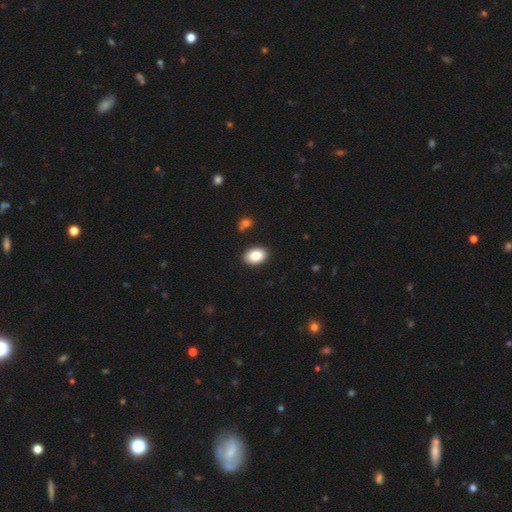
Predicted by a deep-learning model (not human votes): Smooth or featured? Predicted: smooth (p=0.87). How rounded? Predicted: in between (p=0.85). Merging? Predicted: none (p=0.88).